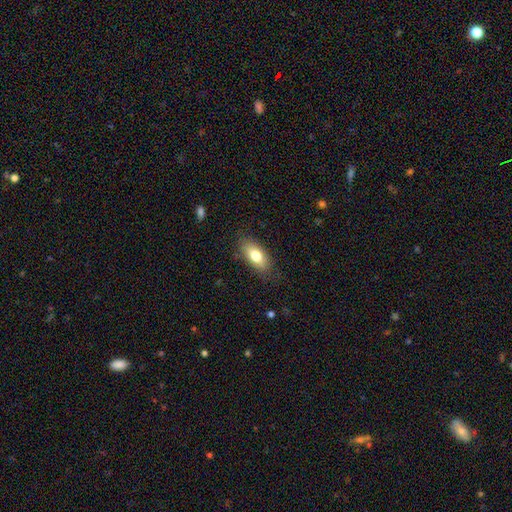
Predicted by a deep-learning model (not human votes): smooth_or_featured: smooth (p=0.76) [alt: featured or disk p=0.16]
how_rounded: in between (p=0.86) [alt: cigar-shaped p=0.10]
merging: none (p=0.80) [alt: minor disturbance p=0.15]